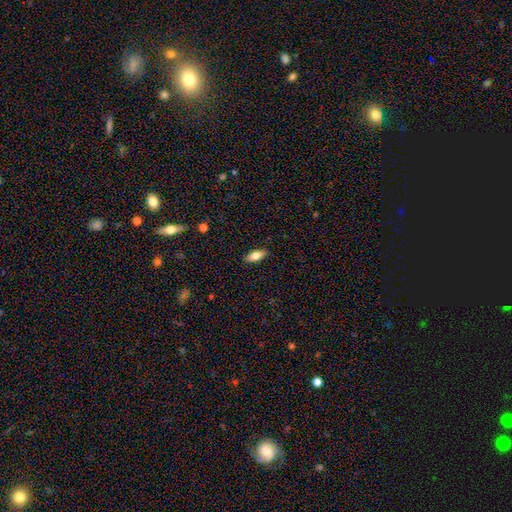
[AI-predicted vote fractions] This appears to be a smooth galaxy with no disk features (71%) that is in between round and cigar-shaped (78%). Merging: none (89%).